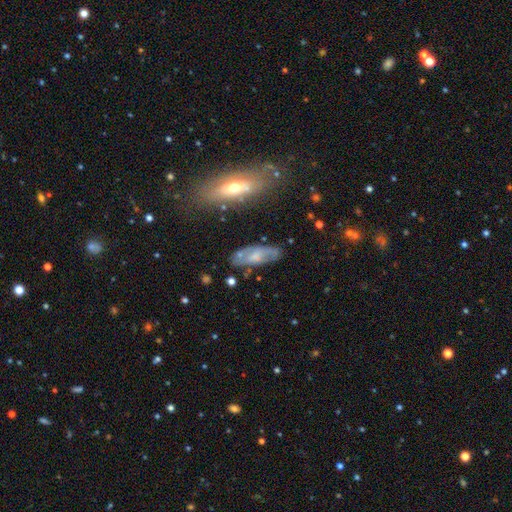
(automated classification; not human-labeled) smooth-or-featured: featured or disk: 51% | smooth: 41% | star or artifact: 8%
  disk-edge-on: no: 80% | yes: 20%
  merging: none: 67% | minor disturbance: 21% | major disturbance: 7% | merger: 4%